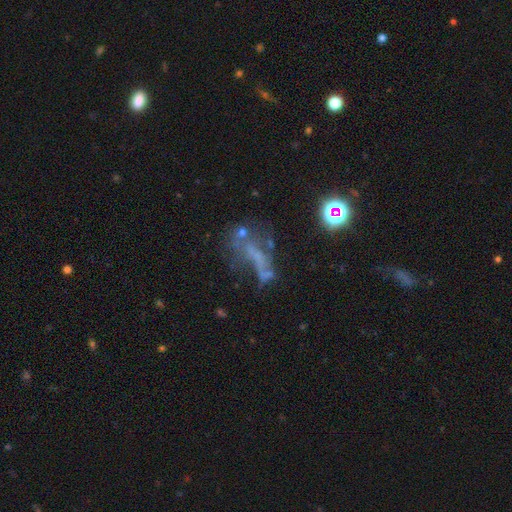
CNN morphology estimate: smooth_or_featured: featured or disk (p=0.44) [alt: star or artifact p=0.34]
merging: none (p=0.35) [alt: major disturbance p=0.33]